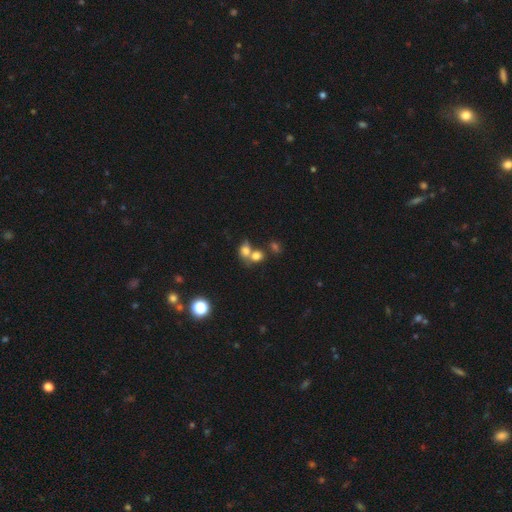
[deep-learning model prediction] Overall: smooth (74%). How rounded: round (59%; in between 39%). Merging: merger (55%; none 31%).